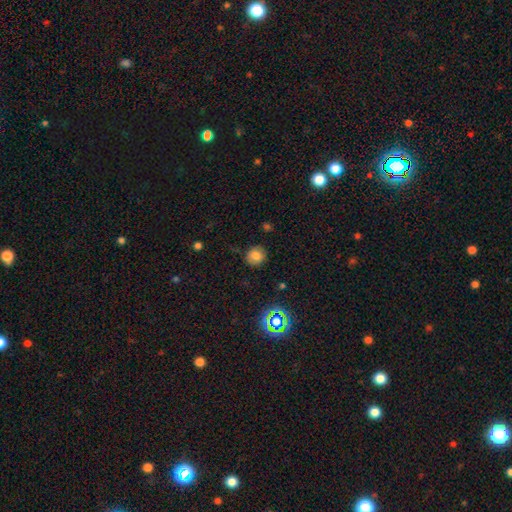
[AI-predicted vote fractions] smooth 77%, star or artifact 15%, featured or disk 8%. Down the decision tree: how rounded — round (88%); merging — none (85%).